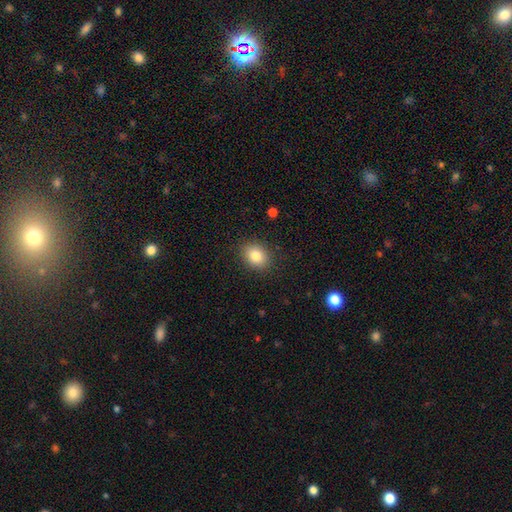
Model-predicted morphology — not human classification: Smooth or featured? smooth (83%)
How rounded? in between (55%)
Merging? none (88%)